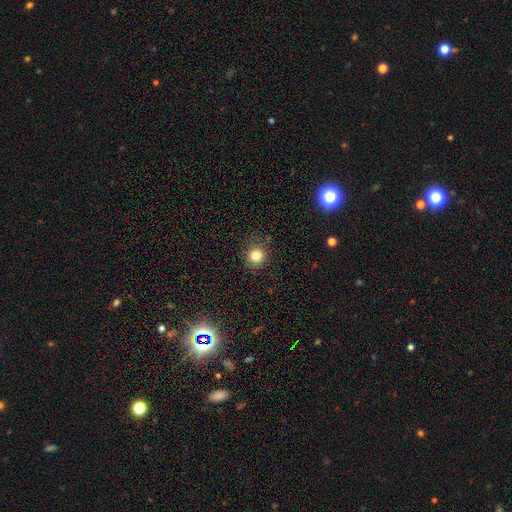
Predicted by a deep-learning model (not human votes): Morphology: type=smooth (79%); roundness=round (90%); merging=none (86%).